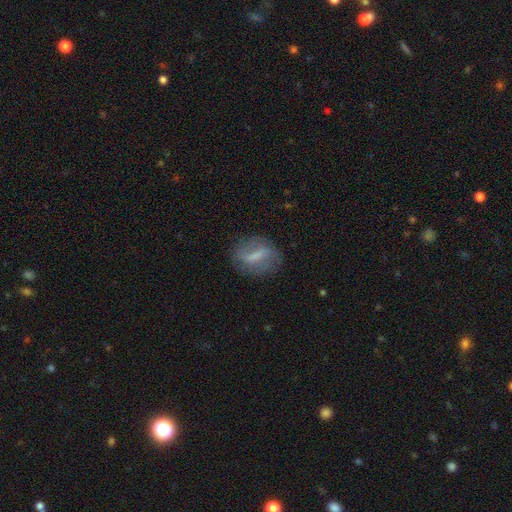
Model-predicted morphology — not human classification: The model was most divided on "bulge size": none: 43%, small: 31%, moderate: 21%, large: 4%, dominant: 1%. More confident: edge-on disk — no (91%); merging — none (73%); spiral arms — yes (59%); smooth or featured — featured or disk (58%); bar — strong (52%).